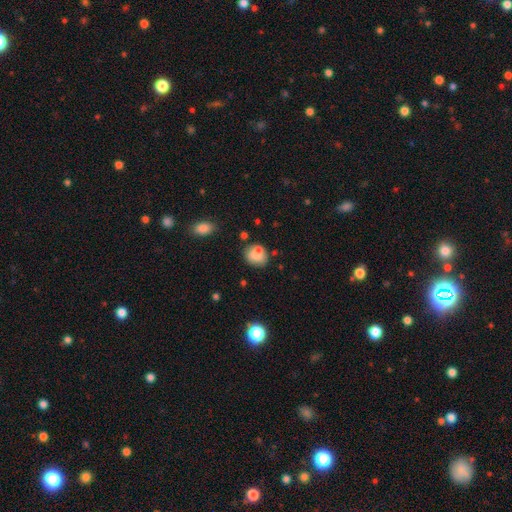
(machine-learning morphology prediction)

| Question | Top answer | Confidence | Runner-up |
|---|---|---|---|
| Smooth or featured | smooth | 75% | featured or disk (14%) |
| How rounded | round | 56% | in between (43%) |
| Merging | none | 57% | minor disturbance (20%) |